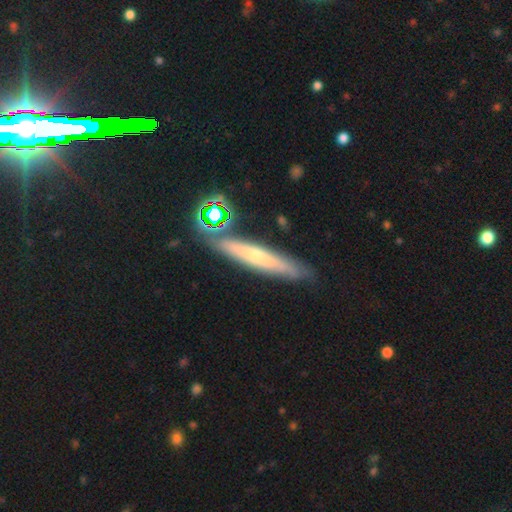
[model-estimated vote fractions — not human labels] Overall: featured or disk (48%; smooth 40%). Merging: none (80%).